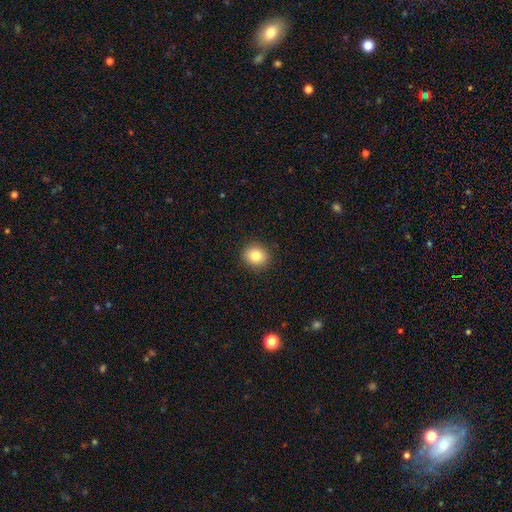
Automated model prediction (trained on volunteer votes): Morphology: type=smooth (83%); roundness=round (75%); merging=none (91%).